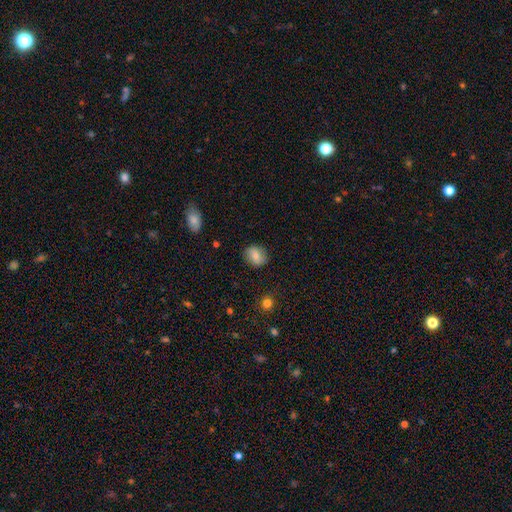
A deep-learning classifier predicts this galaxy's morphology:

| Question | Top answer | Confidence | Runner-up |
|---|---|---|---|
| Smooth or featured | smooth | 77% | featured or disk (15%) |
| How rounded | round | 59% | in between (40%) |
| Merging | none | 86% | minor disturbance (10%) |